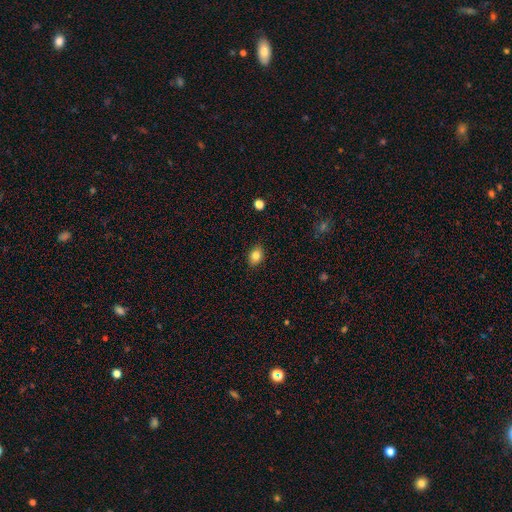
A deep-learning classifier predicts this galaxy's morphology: smooth_or_featured: smooth (p=0.83) [alt: star or artifact p=0.09]
how_rounded: in between (p=0.75) [alt: round p=0.24]
merging: none (p=0.87) [alt: minor disturbance p=0.10]